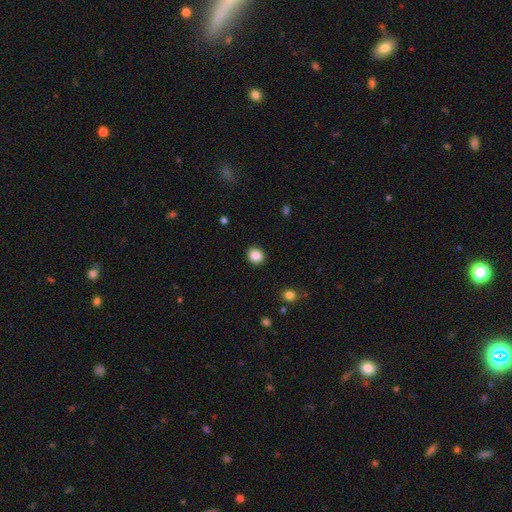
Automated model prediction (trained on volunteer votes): Smooth or featured? Predicted: smooth (p=0.88). How rounded? Predicted: round (p=0.64). Merging? Predicted: none (p=0.90).